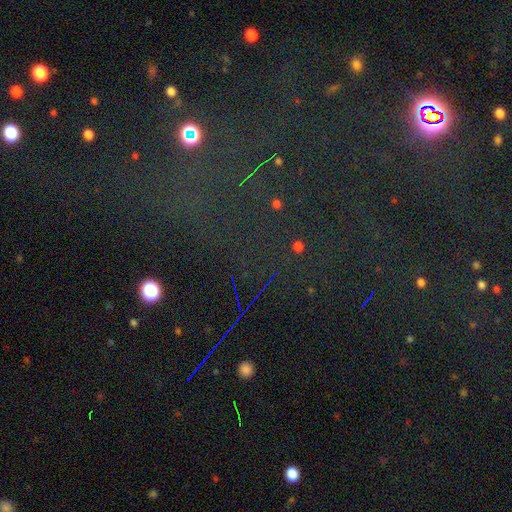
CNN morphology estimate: star or artifact 75%, smooth 16%, featured or disk 9%.